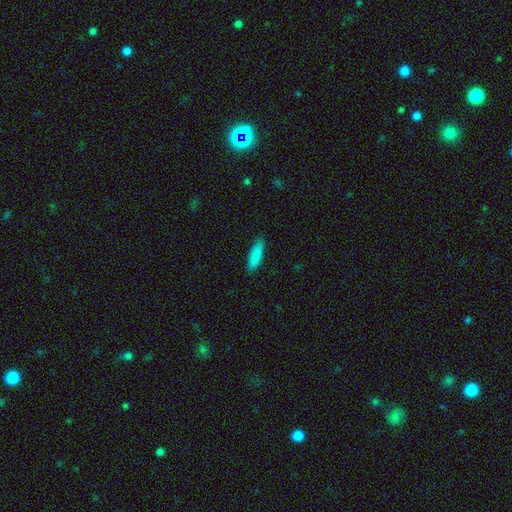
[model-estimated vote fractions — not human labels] Q: Smooth or featured?
A: smooth (87%); runner-up: featured or disk (6%)
Q: How rounded?
A: cigar-shaped (60%); runner-up: in between (38%)
Q: Merging?
A: none (88%); runner-up: minor disturbance (10%)